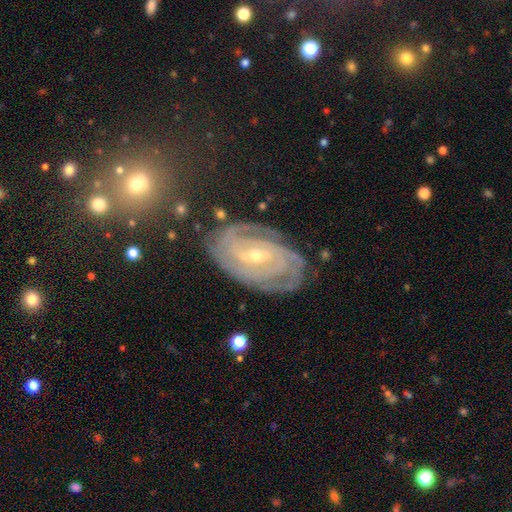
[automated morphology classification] Q: Smooth or featured?
A: featured or disk (89%); runner-up: smooth (6%)
Q: Edge-on disk?
A: no (96%); runner-up: yes (4%)
Q: Bar?
A: weak (45%); runner-up: strong (36%)
Q: Spiral arms?
A: yes (97%); runner-up: no (3%)
Q: Spiral winding?
A: tight (75%); runner-up: medium (20%)
Q: Spiral arm count?
A: 2 (30%); runner-up: can't tell (25%)
Q: Bulge size?
A: small (59%); runner-up: moderate (39%)
Q: Merging?
A: none (75%); runner-up: minor disturbance (18%)